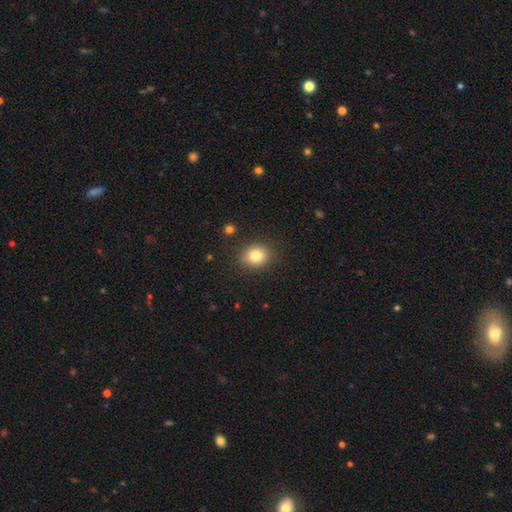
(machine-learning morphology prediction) Overall: smooth (81%). How rounded: round (65%; in between 34%). Merging: none (85%).